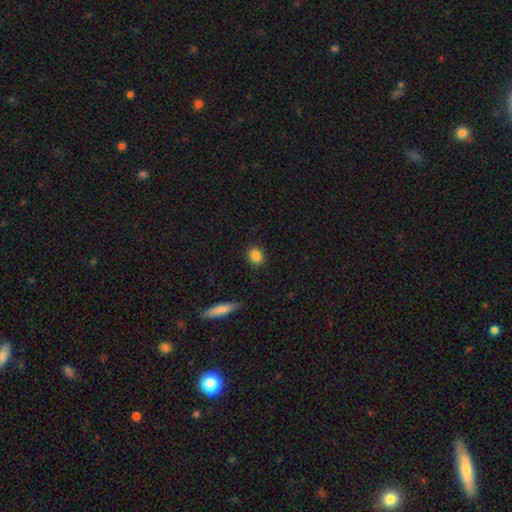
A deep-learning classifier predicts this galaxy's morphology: Smooth or featured? smooth (85%)
How rounded? round (68%)
Merging? none (88%)